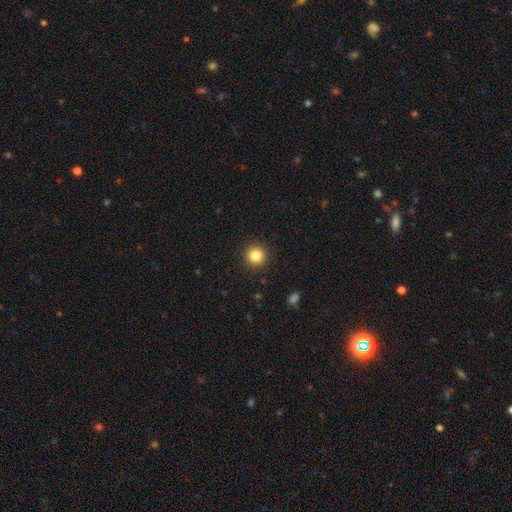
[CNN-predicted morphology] This appears to be a smooth galaxy with no disk features (84%) that is round (94%). Merging: none (92%).